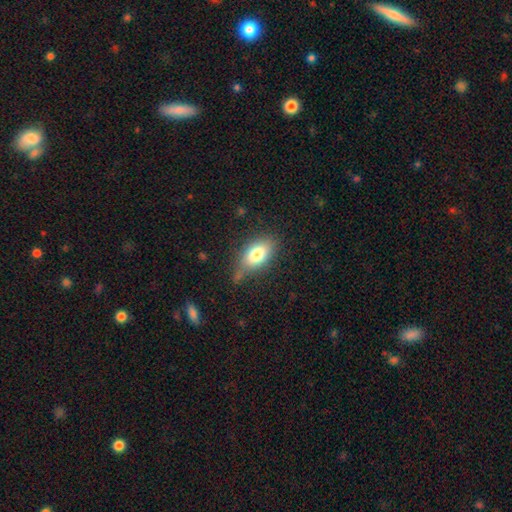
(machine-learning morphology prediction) smooth 66%, star or artifact 19%, featured or disk 16%. Down the decision tree: how rounded — in between (80%); merging — none (84%).